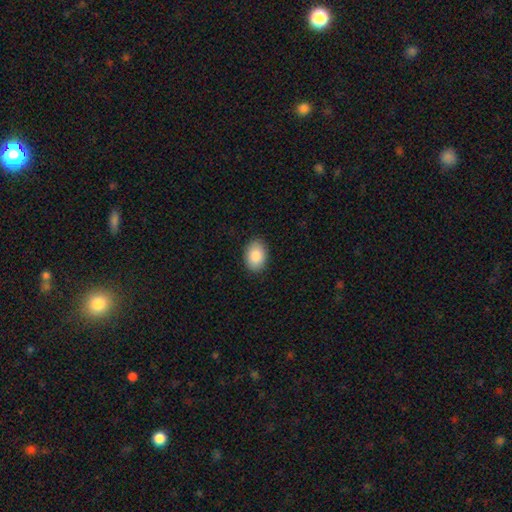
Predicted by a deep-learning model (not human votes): smooth_or_featured: smooth (p=0.87) [alt: star or artifact p=0.07]
how_rounded: in between (p=0.83) [alt: round p=0.16]
merging: none (p=0.89) [alt: minor disturbance p=0.08]